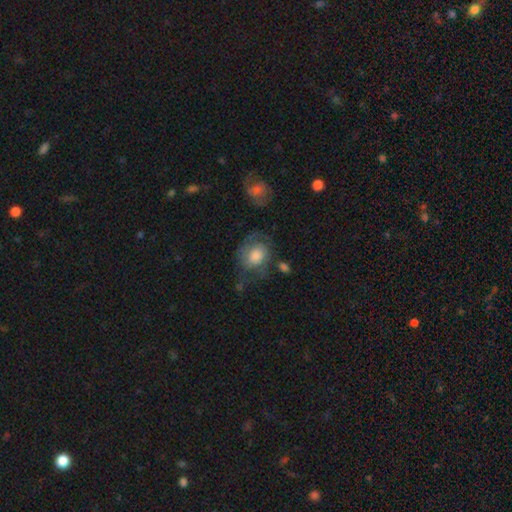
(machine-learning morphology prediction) smooth-or-featured: featured or disk: 51% | smooth: 41% | star or artifact: 8%
  disk-edge-on: no: 97% | yes: 3%
  merging: none: 53% | minor disturbance: 24% | major disturbance: 19% | merger: 4%